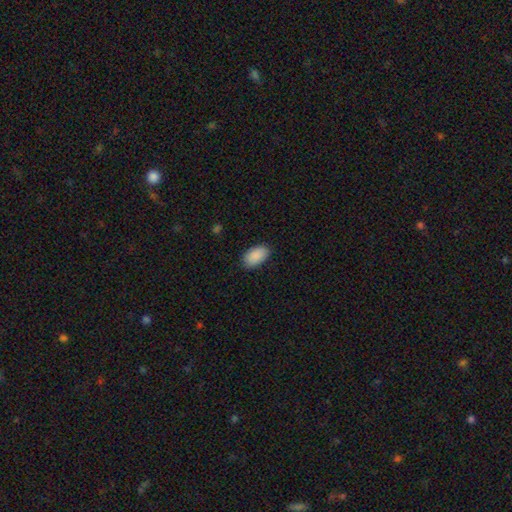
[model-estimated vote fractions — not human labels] A smooth galaxy with no disk features (91%) that is in between round and cigar-shaped (95%). Merging: none (86%).